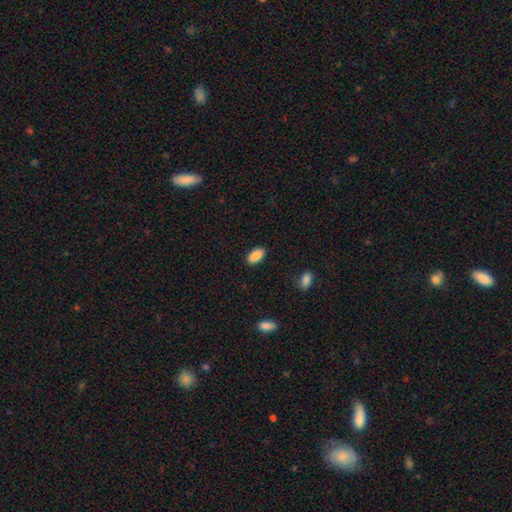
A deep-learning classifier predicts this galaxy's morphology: A smooth galaxy with no disk features (89%) that is in between round and cigar-shaped (94%). Merging: none (89%).